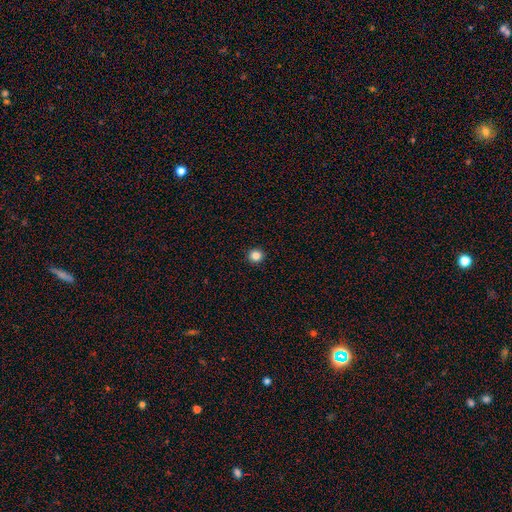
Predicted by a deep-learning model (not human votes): smooth-or-featured: smooth: 84% | star or artifact: 12% | featured or disk: 4%
  how-rounded: round: 94% | in between: 5% | cigar-shaped: 1%
  merging: none: 94% | minor disturbance: 4% | major disturbance: 1% | merger: 1%